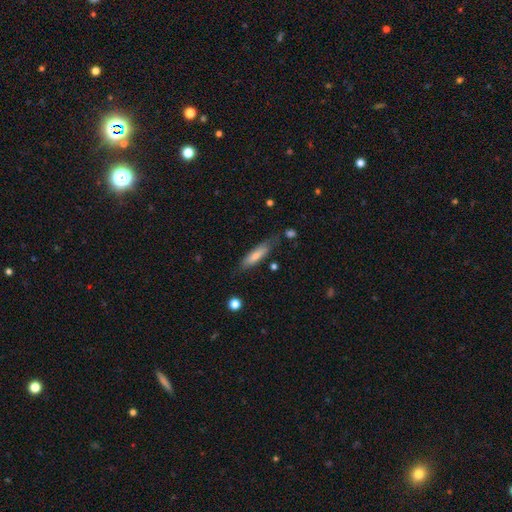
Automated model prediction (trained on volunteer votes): Smooth or featured?
  - smooth: 72% *
  - featured or disk: 22%
  - star or artifact: 6%
How rounded?
  - cigar-shaped: 69% *
  - in between: 29%
  - round: 1%
Merging?
  - none: 69% *
  - minor disturbance: 22%
  - major disturbance: 6%
  - merger: 3%